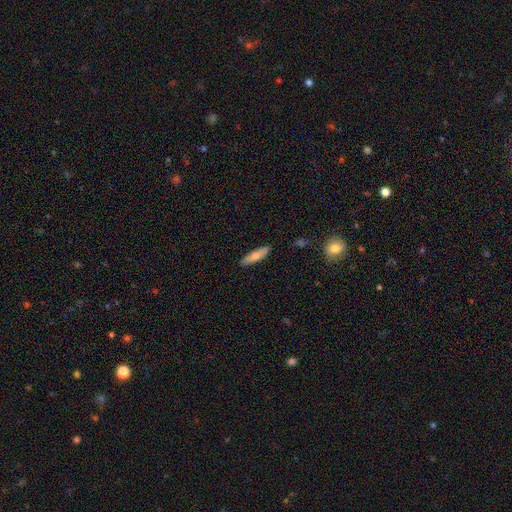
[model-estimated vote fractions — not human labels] A smooth galaxy with no disk features (75%) that is cigar-shaped (64%).

Vote fractions:
- Smooth or featured? smooth: 75% / featured or disk: 19% / star or artifact: 6%
- How rounded? cigar-shaped: 64% / in between: 35% / round: 2%
- Merging? none: 87% / minor disturbance: 10% / major disturbance: 2% / merger: 1%